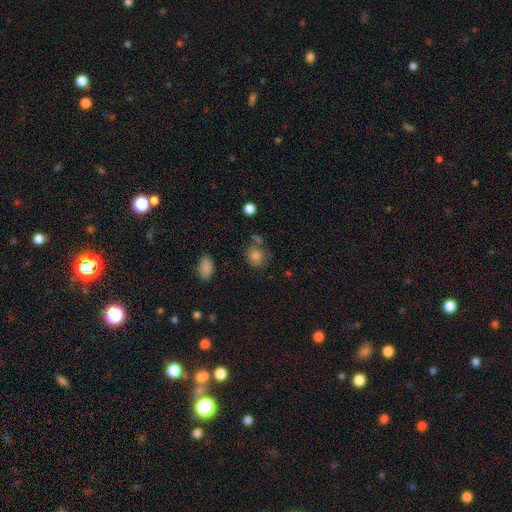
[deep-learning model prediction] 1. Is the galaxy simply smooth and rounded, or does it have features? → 82% smooth, 11% star or artifact, 7% featured or disk.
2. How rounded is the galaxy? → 69% round, 30% in between, 1% cigar-shaped.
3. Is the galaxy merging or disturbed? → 65% none, 17% minor disturbance, 13% merger, 6% major disturbance.